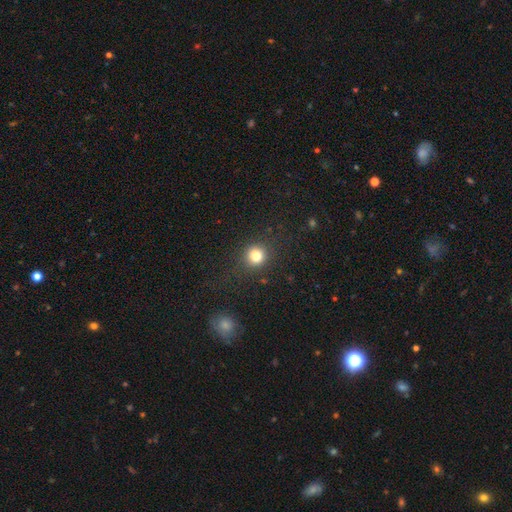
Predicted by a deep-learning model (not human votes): smooth-or-featured: smooth: 81% | star or artifact: 13% | featured or disk: 7%
  how-rounded: round: 88% | in between: 11% | cigar-shaped: 1%
  merging: none: 85% | minor disturbance: 9% | major disturbance: 4% | merger: 2%